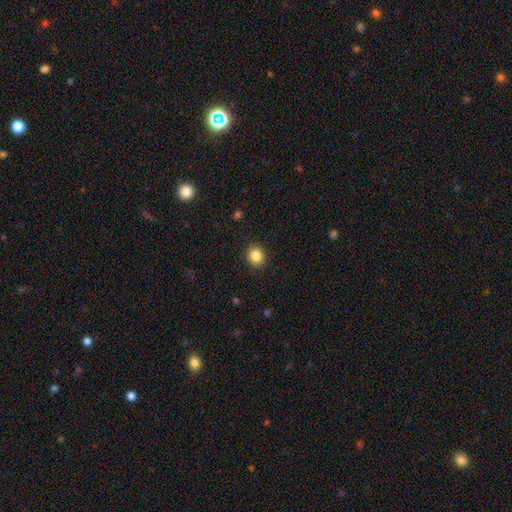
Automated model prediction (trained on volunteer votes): Smooth or featured? Predicted: smooth (p=0.86). How rounded? Predicted: round (p=0.72). Merging? Predicted: none (p=0.91).